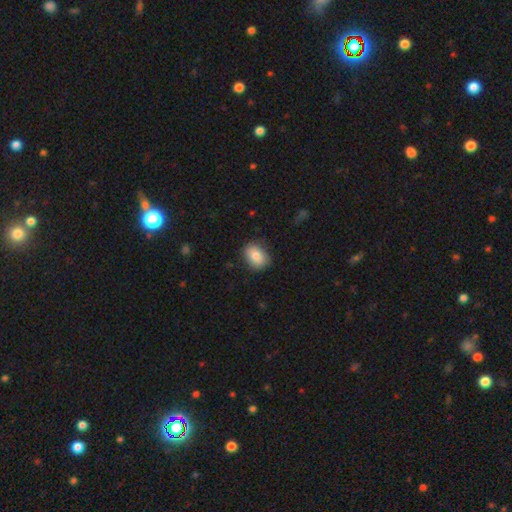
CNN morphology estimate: The model was most divided on "how rounded": in between: 66%, round: 33%, cigar-shaped: 1%. More confident: smooth or featured — smooth (82%); merging — none (81%).